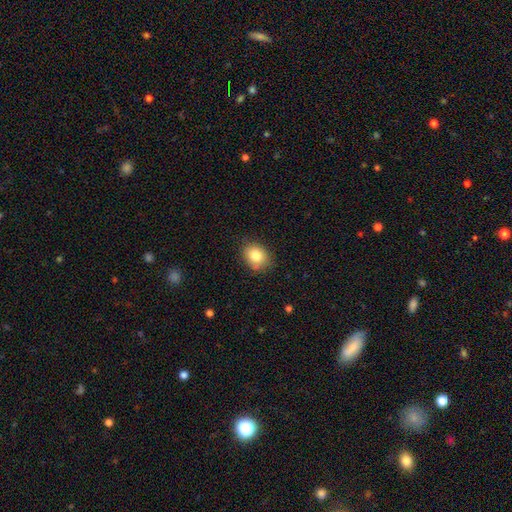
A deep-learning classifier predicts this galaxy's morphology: Smooth or featured? smooth (82%)
How rounded? round (52%)
Merging? none (80%)